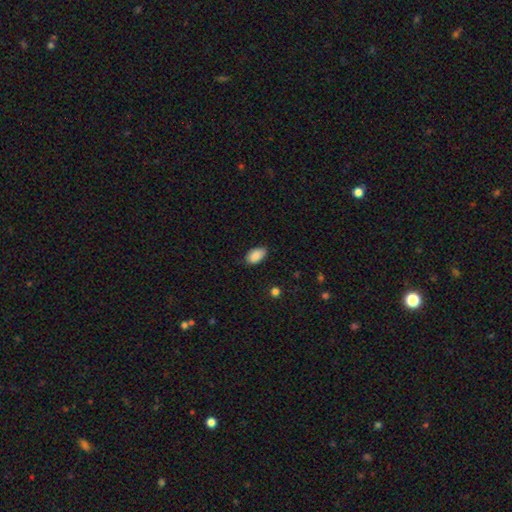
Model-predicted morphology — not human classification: This appears to be a smooth galaxy with no disk features (89%) that is in between round and cigar-shaped (93%). Merging: none (79%).